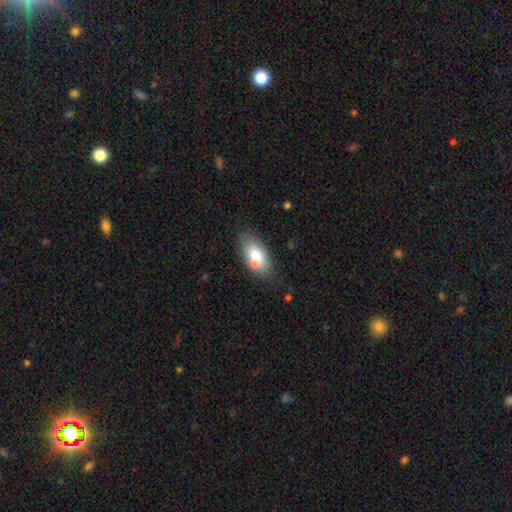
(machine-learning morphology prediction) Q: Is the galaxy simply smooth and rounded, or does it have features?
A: smooth — 70%.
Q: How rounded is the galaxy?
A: in between — 90%.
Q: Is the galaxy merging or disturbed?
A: none — 61%.